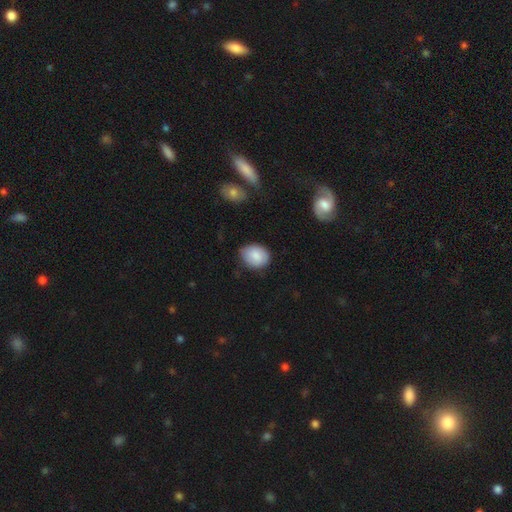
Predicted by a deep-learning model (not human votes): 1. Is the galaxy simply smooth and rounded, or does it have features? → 86% smooth, 8% featured or disk, 7% star or artifact.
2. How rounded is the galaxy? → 55% in between, 44% round, 1% cigar-shaped.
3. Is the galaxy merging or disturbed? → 74% none, 21% minor disturbance, 3% major disturbance, 2% merger.